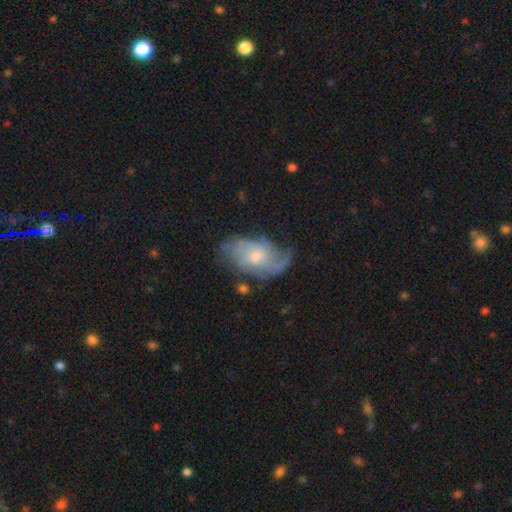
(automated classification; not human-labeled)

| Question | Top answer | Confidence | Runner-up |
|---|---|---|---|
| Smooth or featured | featured or disk | 74% | smooth (20%) |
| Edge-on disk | no | 96% | yes (4%) |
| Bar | no | 61% | weak (35%) |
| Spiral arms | yes | 90% | no (10%) |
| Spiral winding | medium | 42% | loose (29%) |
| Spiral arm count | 2 | 34% | can't tell (32%) |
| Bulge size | moderate | 50% | small (36%) |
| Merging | none | 57% | minor disturbance (25%) |